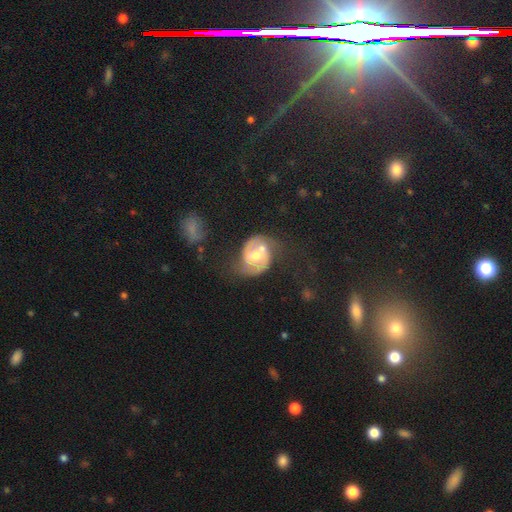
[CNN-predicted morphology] smooth-or-featured: featured or disk: 81% | smooth: 13% | star or artifact: 6%
  disk-edge-on: no: 98% | yes: 2%
    bar: weak: 47% | no: 33% | strong: 20%
    has-spiral-arms: yes: 93% | no: 7%
      spiral-winding: medium: 53% | tight: 25% | loose: 23%
      spiral-arm-count: 2: 90% | can't tell: 5% | 1: 2% | 3: 1% | 4: 1% | more than 4: 1%
    bulge-size: moderate: 69% | small: 21% | large: 7% | none: 2% | dominant: 1%
  merging: none: 55% | minor disturbance: 21% | merger: 13% | major disturbance: 12%